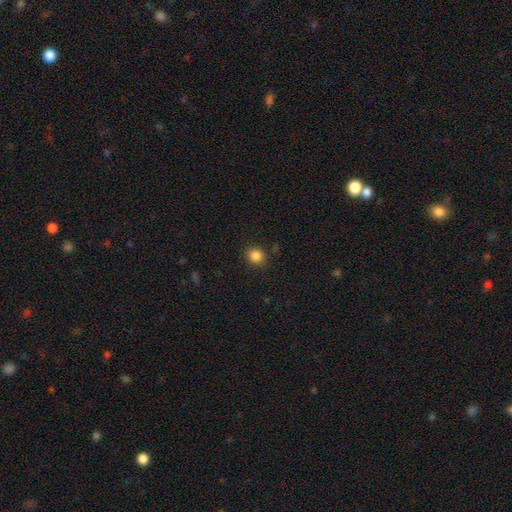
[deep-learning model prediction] Morphology: type=smooth (85%); roundness=round (79%); merging=none (88%).